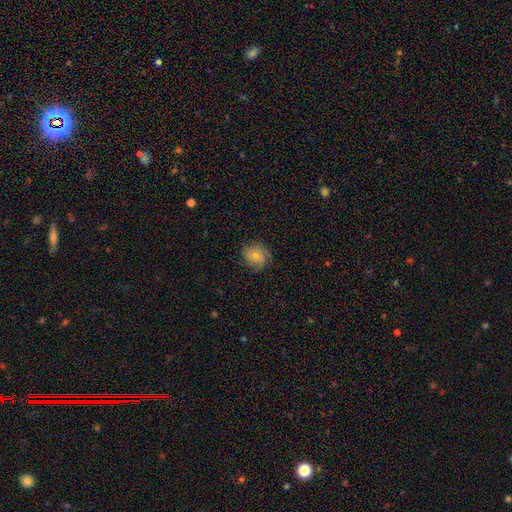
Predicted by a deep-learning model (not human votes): Overall: featured or disk (56%; smooth 32%). Edge-on disk: no (97%). Bar: no (80%). Spiral arms: yes (89%). Bulge size: small (56%; moderate 39%). Merging: none (76%).